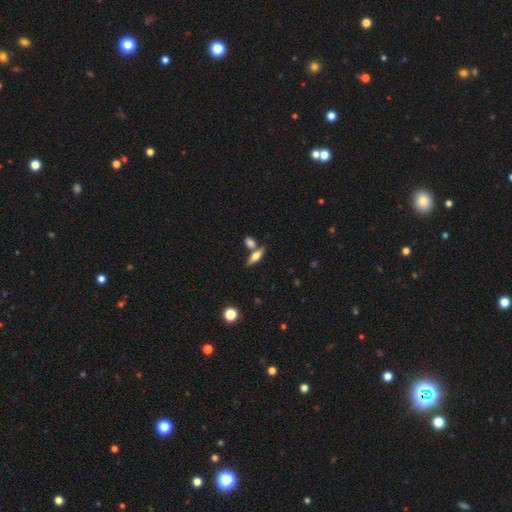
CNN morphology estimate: Smooth or featured?
  - smooth: 54% *
  - featured or disk: 37%
  - star or artifact: 8%
How rounded?
  - in between: 50% *
  - cigar-shaped: 45%
  - round: 5%
Merging?
  - none: 63% *
  - merger: 24%
  - minor disturbance: 10%
  - major disturbance: 4%